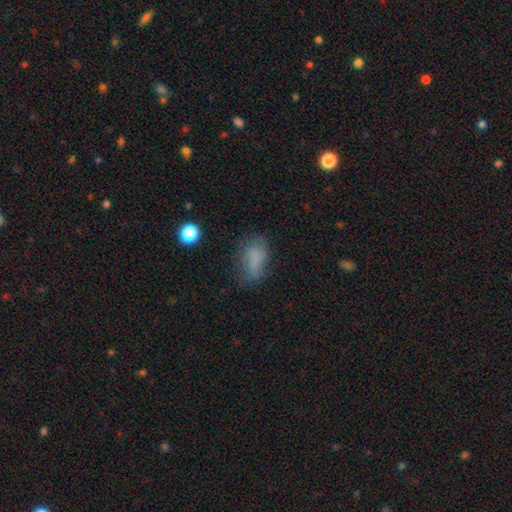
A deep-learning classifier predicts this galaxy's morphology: Smooth or featured? Predicted: smooth (p=0.69). How rounded? Predicted: in between (p=0.84). Merging? Predicted: none (p=0.53).